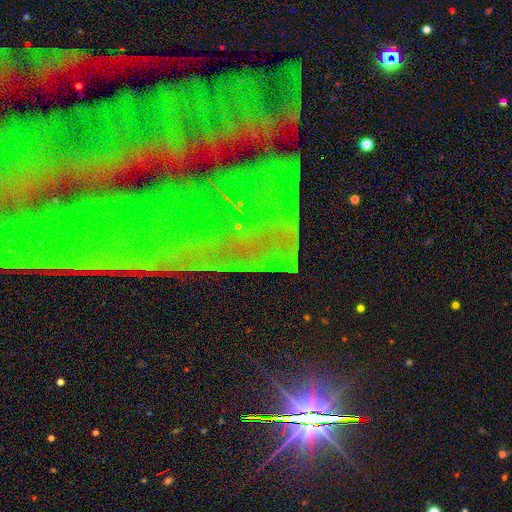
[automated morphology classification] smooth_or_featured: star or artifact (p=0.82) [alt: featured or disk p=0.10]